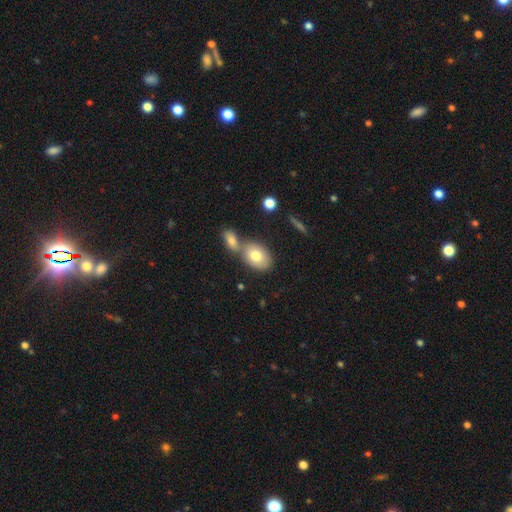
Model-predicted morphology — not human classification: Smooth or featured?
  - smooth: 76% *
  - featured or disk: 16%
  - star or artifact: 8%
How rounded?
  - in between: 79% *
  - round: 20%
  - cigar-shaped: 2%
Merging?
  - merger: 44% * (tied)
  - none: 44% * (tied)
  - minor disturbance: 10%
  - major disturbance: 3%